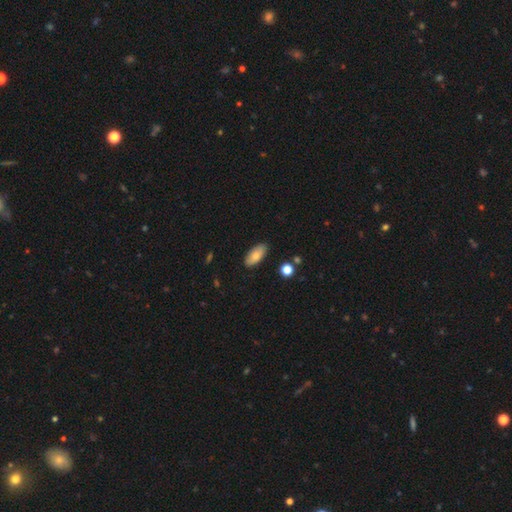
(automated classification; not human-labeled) The model was most divided on "smooth or featured": smooth: 78%, featured or disk: 15%, star or artifact: 7%. More confident: how rounded — in between (88%); merging — none (87%).